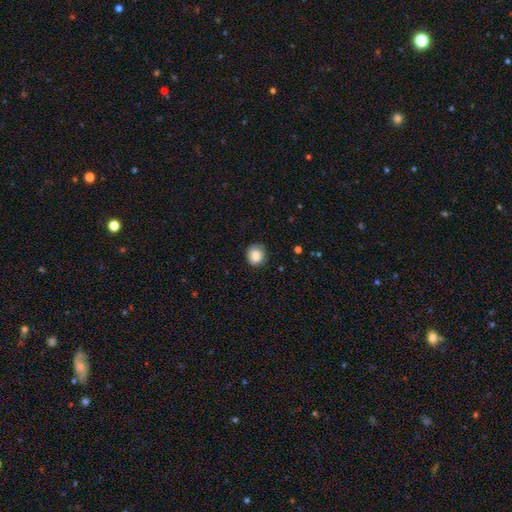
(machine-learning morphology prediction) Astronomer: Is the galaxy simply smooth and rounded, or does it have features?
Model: smooth — 82%.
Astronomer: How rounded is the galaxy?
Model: round — 80%.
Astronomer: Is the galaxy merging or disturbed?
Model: none — 74%.